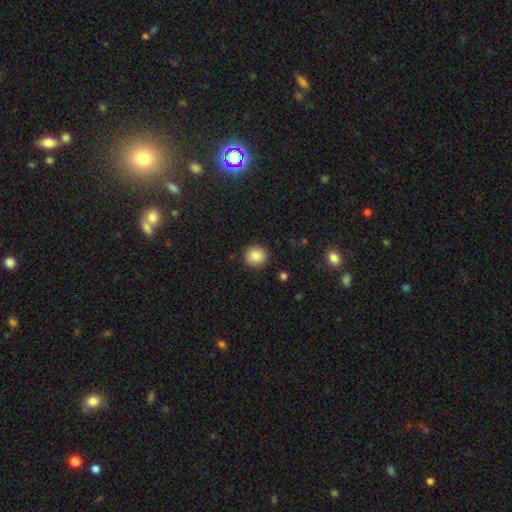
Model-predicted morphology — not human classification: Smooth or featured? Predicted: smooth (p=0.85). How rounded? Predicted: round (p=0.91). Merging? Predicted: none (p=0.90).